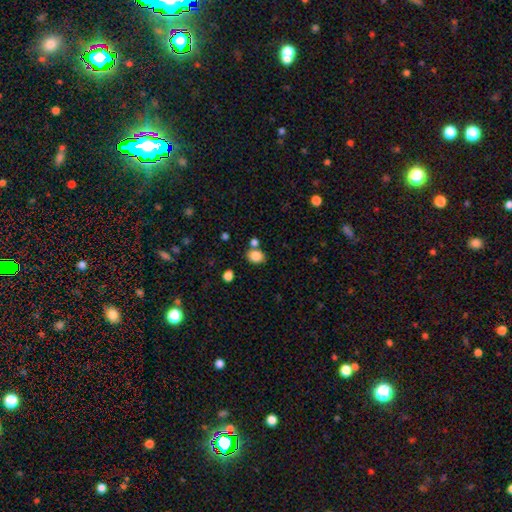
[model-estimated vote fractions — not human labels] This is clearly a smooth galaxy (85%). How rounded: possibly in between (58%). Merging: likely none (69%).